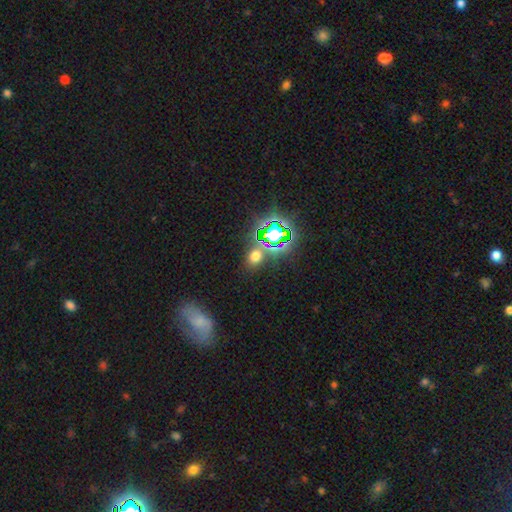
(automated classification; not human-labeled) smooth-or-featured: smooth: 52% | star or artifact: 41% | featured or disk: 7%
  how-rounded: round: 52% | in between: 46% | cigar-shaped: 2%
  merging: none: 77% | minor disturbance: 10% | merger: 9% | major disturbance: 4%